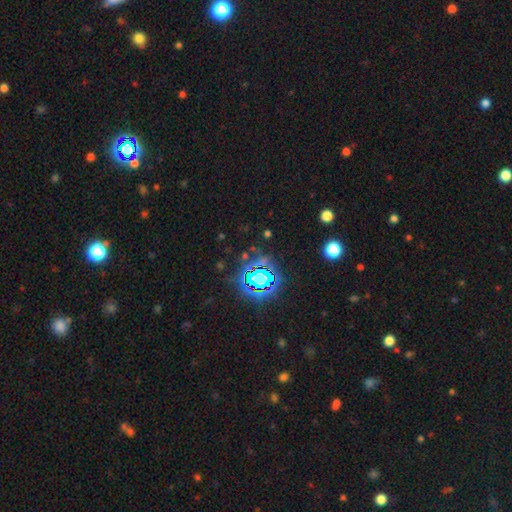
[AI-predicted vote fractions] A star or artifact, not a galaxy (82%).

Vote fractions:
- Smooth or featured? star or artifact: 82% / smooth: 11% / featured or disk: 7%